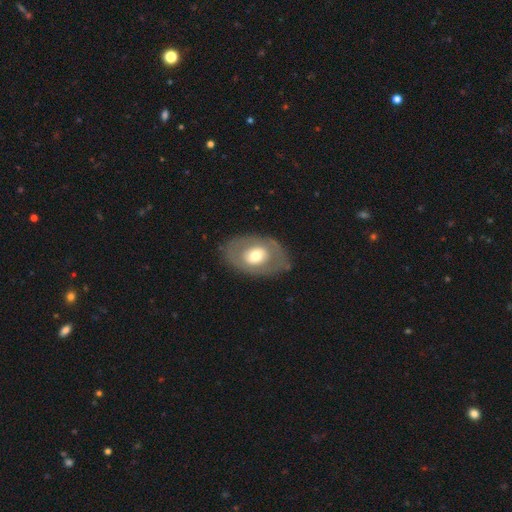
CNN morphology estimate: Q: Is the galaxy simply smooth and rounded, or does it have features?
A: smooth — 48%.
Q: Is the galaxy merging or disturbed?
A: none — 78%.